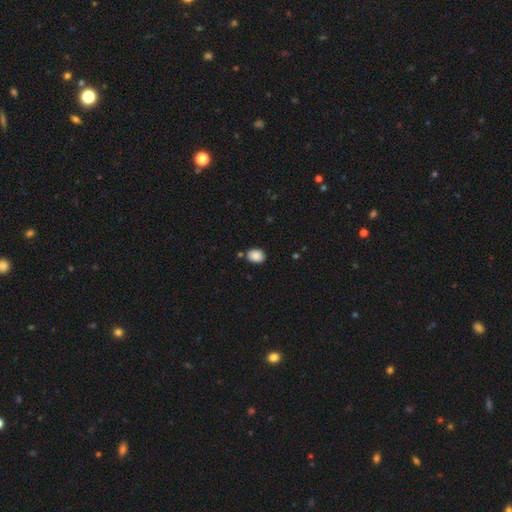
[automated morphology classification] smooth-or-featured: smooth: 88% | star or artifact: 8% | featured or disk: 4%
  how-rounded: in between: 67% | round: 32% | cigar-shaped: 1%
  merging: none: 80% | minor disturbance: 13% | merger: 4% | major disturbance: 3%